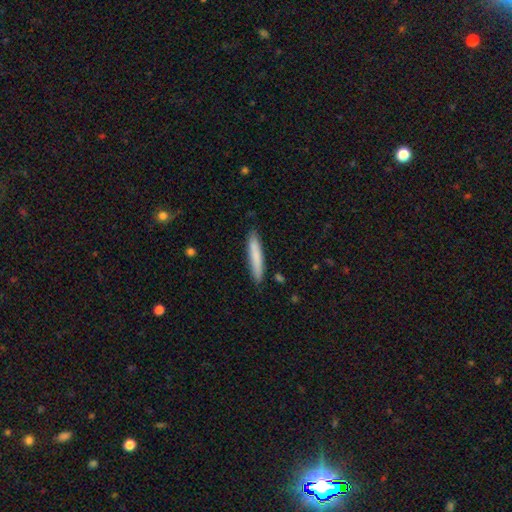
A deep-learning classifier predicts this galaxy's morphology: smooth_or_featured: smooth (p=0.80) [alt: featured or disk p=0.15]
how_rounded: cigar-shaped (p=0.93) [alt: in between p=0.06]
merging: none (p=0.88) [alt: minor disturbance p=0.09]